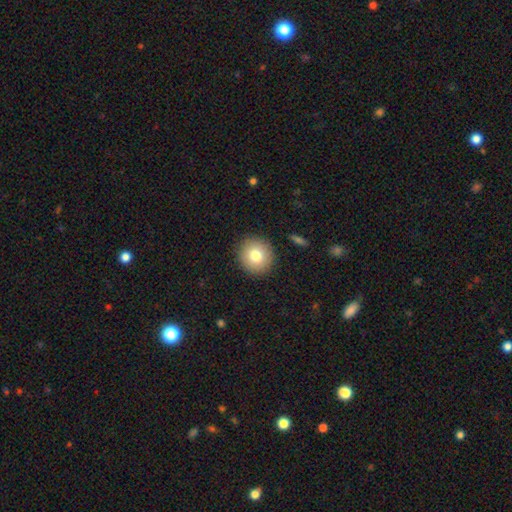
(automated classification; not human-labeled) A smooth galaxy with no disk features (77%) that is round (92%).

Vote fractions:
- Smooth or featured? smooth: 77% / featured or disk: 13% / star or artifact: 9%
- How rounded? round: 92% / in between: 7% / cigar-shaped: 1%
- Merging? none: 91% / minor disturbance: 6% / major disturbance: 2% / merger: 1%